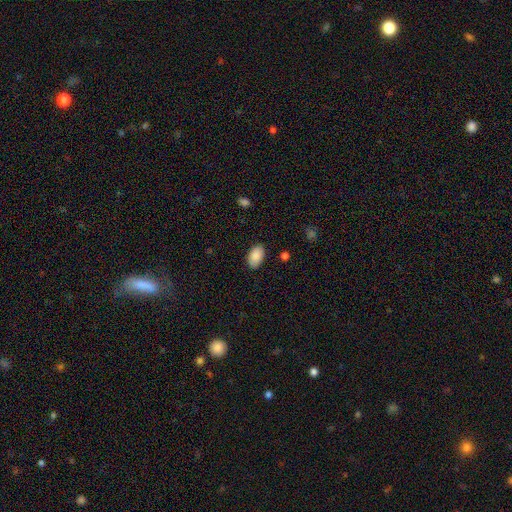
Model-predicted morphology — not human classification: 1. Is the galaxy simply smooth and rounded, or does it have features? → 89% smooth, 7% star or artifact, 4% featured or disk.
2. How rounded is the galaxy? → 93% in between, 5% round, 1% cigar-shaped.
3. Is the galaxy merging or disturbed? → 86% none, 11% minor disturbance, 2% major disturbance, 1% merger.